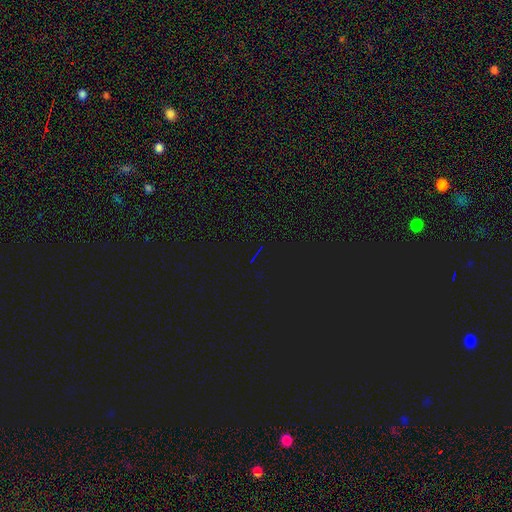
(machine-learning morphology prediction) Smooth or featured: star or artifact — 80% (smooth — 11%)